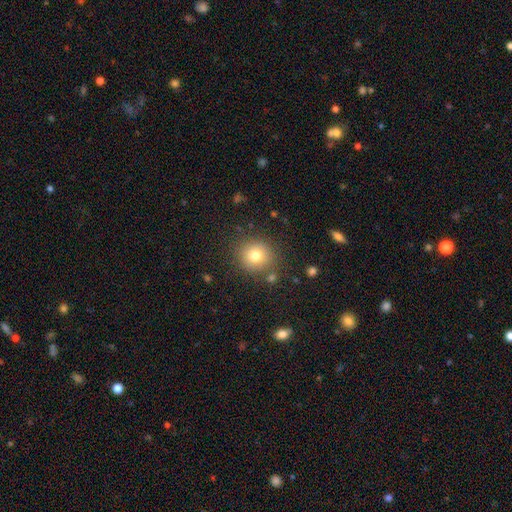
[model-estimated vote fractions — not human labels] smooth-or-featured: smooth: 77% | star or artifact: 13% | featured or disk: 10%
  how-rounded: round: 89% | in between: 10% | cigar-shaped: 1%
  merging: none: 84% | minor disturbance: 9% | merger: 4% | major disturbance: 3%